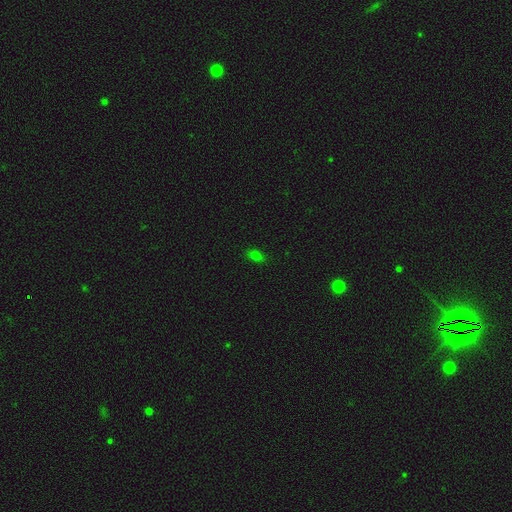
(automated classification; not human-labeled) smooth 72%, star or artifact 20%, featured or disk 8%. Down the decision tree: how rounded — in between (79%); merging — none (85%).